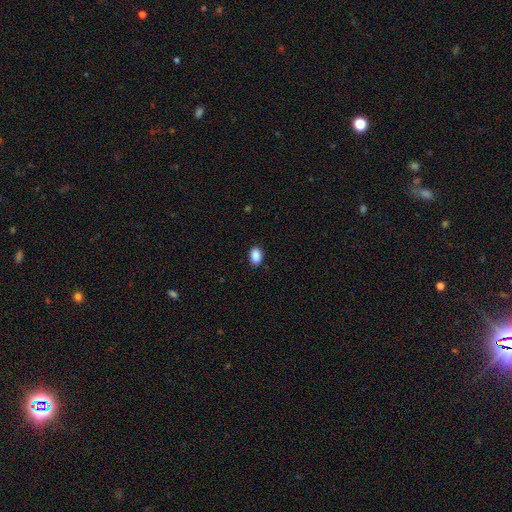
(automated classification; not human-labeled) Morphology: type=smooth (90%); roundness=in between (87%); merging=none (89%).